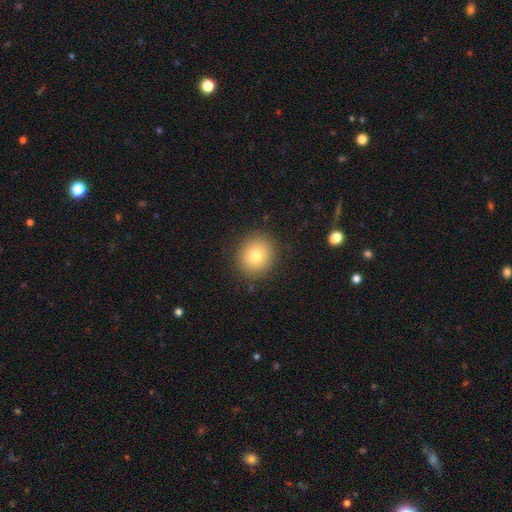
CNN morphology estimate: A smooth galaxy with no disk features (77%) that is round (87%). Merging: none (89%).